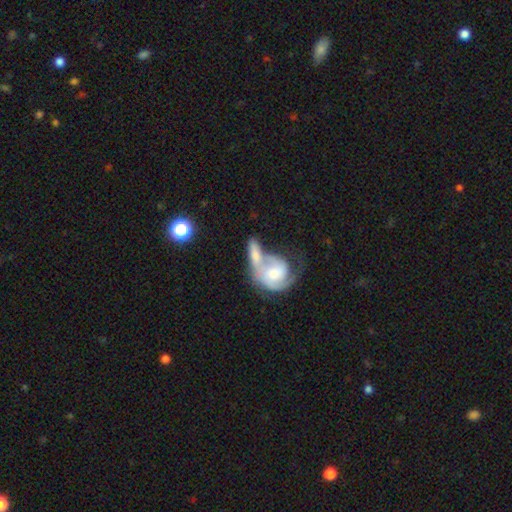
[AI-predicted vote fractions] The model was most divided on "smooth or featured": featured or disk: 51%, smooth: 43%, star or artifact: 6%. More confident: edge-on disk — no (90%); merging — merger (61%).